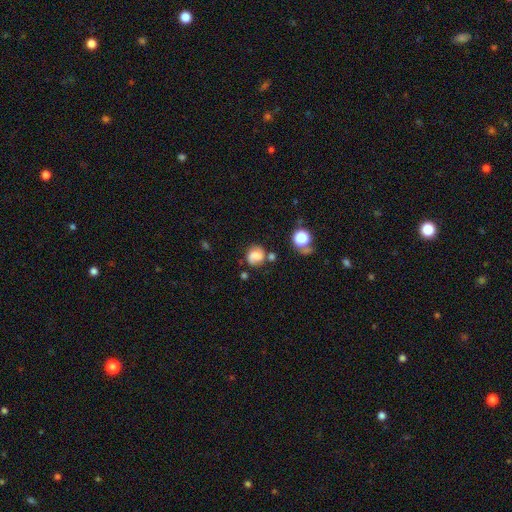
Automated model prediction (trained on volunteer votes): This appears to be a smooth galaxy with no disk features (58%) that is round (70%). Merging: none (55%).